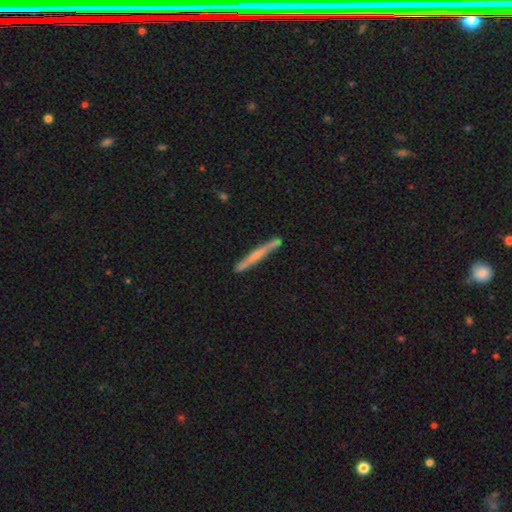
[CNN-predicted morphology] This appears to be a featured or disk galaxy (49%). Merging: none (84%).